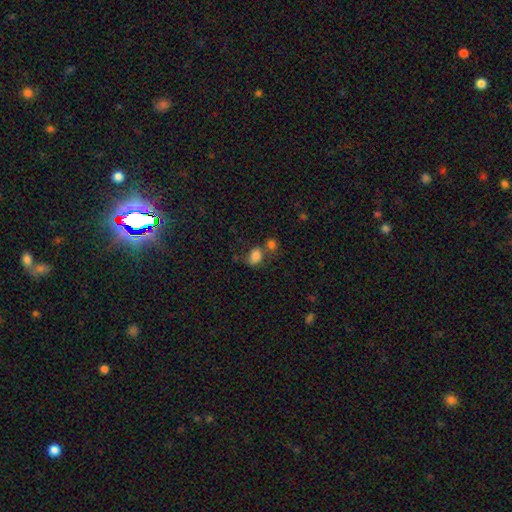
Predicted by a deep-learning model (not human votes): A smooth galaxy with no disk features (82%) that is in between round and cigar-shaped (74%). Merging: none (46%).